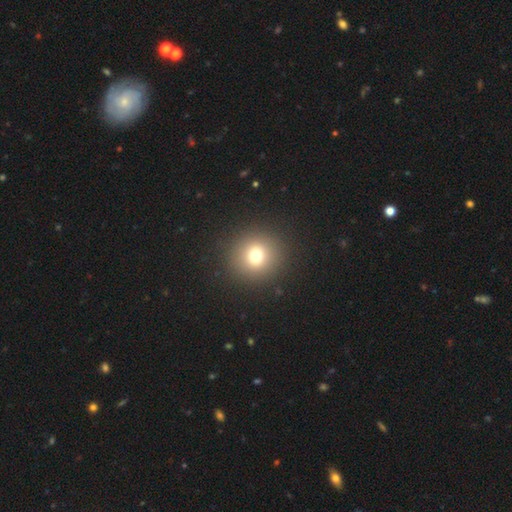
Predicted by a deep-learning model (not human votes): Smooth or featured? Predicted: smooth (p=0.73). How rounded? Predicted: round (p=0.92). Merging? Predicted: none (p=0.91).